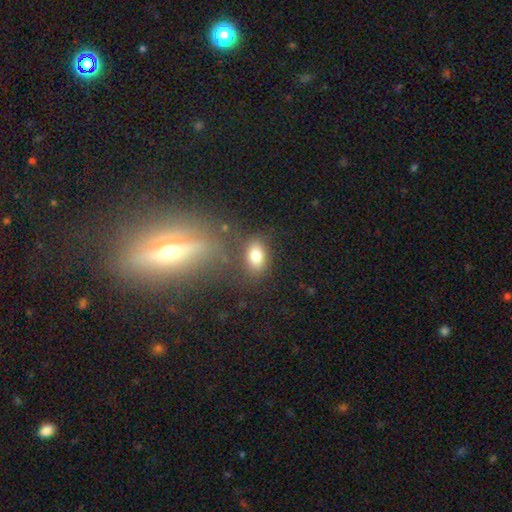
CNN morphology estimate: Smooth or featured? Predicted: smooth (p=0.82). How rounded? Predicted: in between (p=0.86). Merging? Predicted: none (p=0.75).